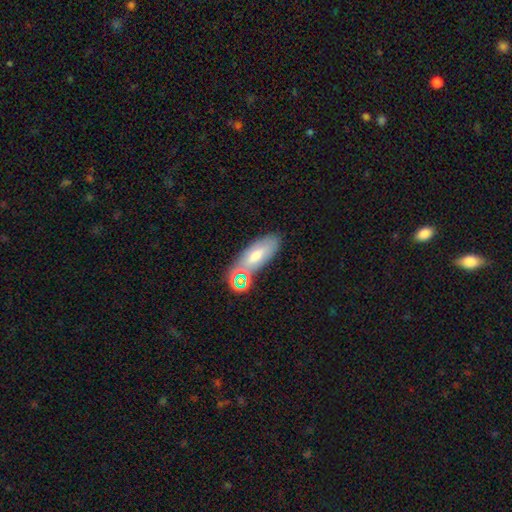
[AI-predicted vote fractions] smooth 60%, featured or disk 26%, star or artifact 14%. Down the decision tree: how rounded — in between (75%); merging — none (65%).